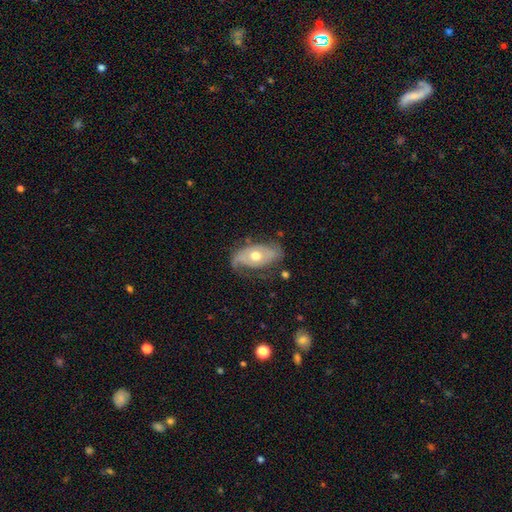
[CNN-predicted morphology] smooth_or_featured: featured or disk (p=0.65) [alt: smooth p=0.29]
disk_edge_on: no (p=0.90) [alt: yes p=0.10]
bar: no (p=0.81) [alt: weak p=0.15]
has_spiral_arms: yes (p=0.68) [alt: no p=0.32]
bulge_size: moderate (p=0.77) [alt: small p=0.13]
merging: none (p=0.54) [alt: minor disturbance p=0.28]